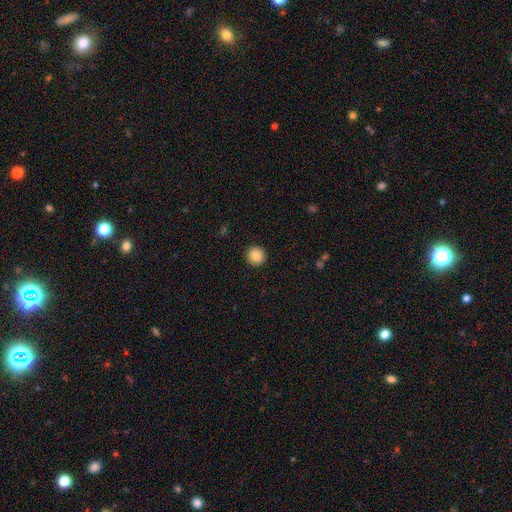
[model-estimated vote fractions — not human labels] The model was most divided on "smooth or featured": smooth: 86%, star or artifact: 9%, featured or disk: 5%. More confident: how rounded — round (95%); merging — none (93%).